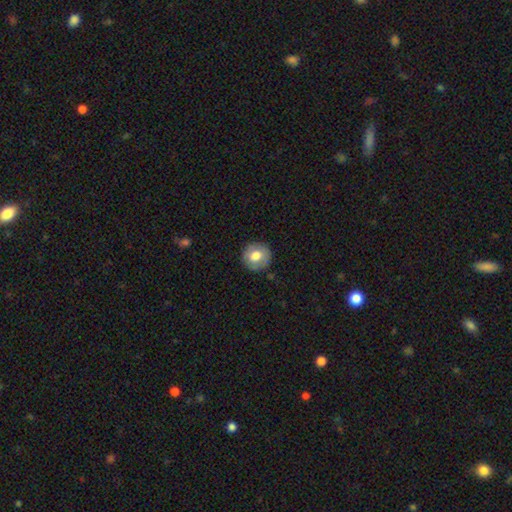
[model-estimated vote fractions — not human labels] Q: Smooth or featured?
A: smooth (72%); runner-up: featured or disk (20%)
Q: How rounded?
A: round (92%); runner-up: in between (7%)
Q: Merging?
A: none (88%); runner-up: minor disturbance (9%)